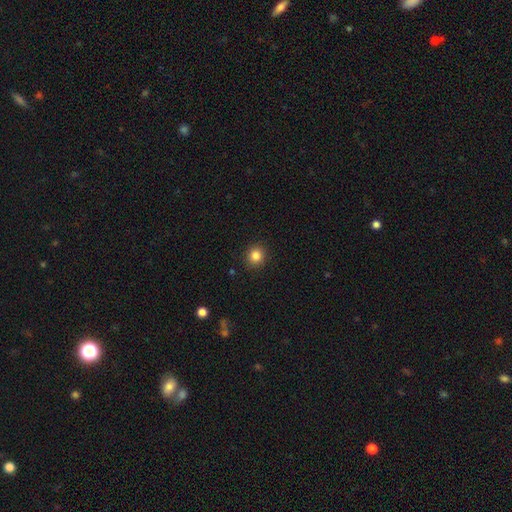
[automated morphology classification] Smooth or featured? Predicted: smooth (p=0.84). How rounded? Predicted: round (p=0.88). Merging? Predicted: none (p=0.91).